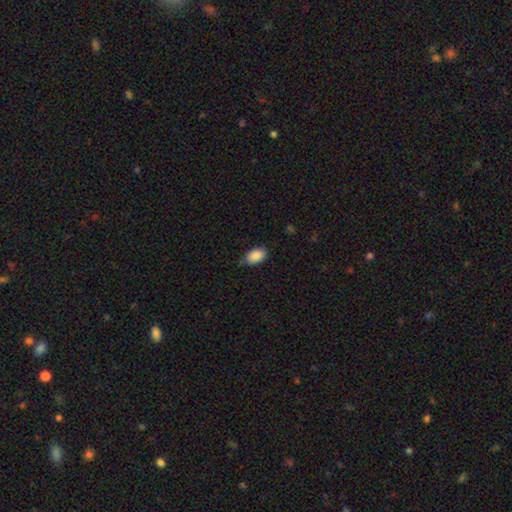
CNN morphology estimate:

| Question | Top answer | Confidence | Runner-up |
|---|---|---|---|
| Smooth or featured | smooth | 89% | star or artifact (7%) |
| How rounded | in between | 88% | round (10%) |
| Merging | none | 76% | minor disturbance (20%) |